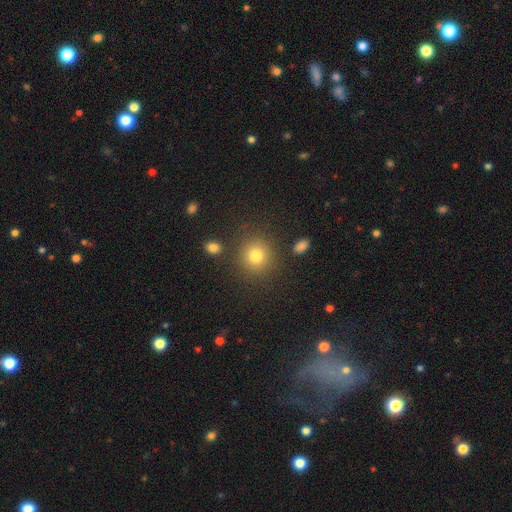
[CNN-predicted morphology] The model was most divided on "smooth or featured": smooth: 80%, star or artifact: 13%, featured or disk: 7%. More confident: how rounded — round (89%); merging — none (84%).